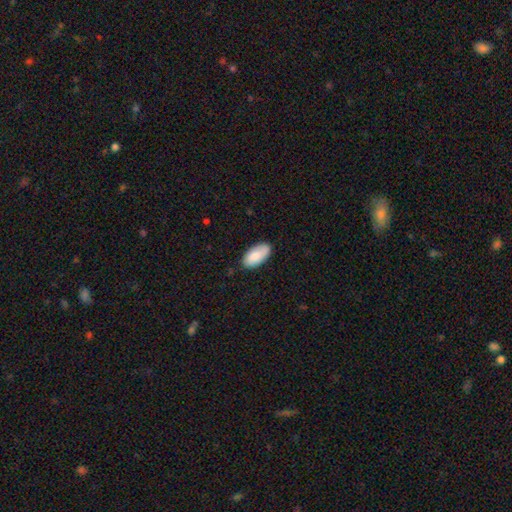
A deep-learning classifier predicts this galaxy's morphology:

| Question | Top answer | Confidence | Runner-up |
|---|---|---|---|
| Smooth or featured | smooth | 84% | featured or disk (10%) |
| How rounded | in between | 95% | cigar-shaped (3%) |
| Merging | none | 84% | minor disturbance (13%) |